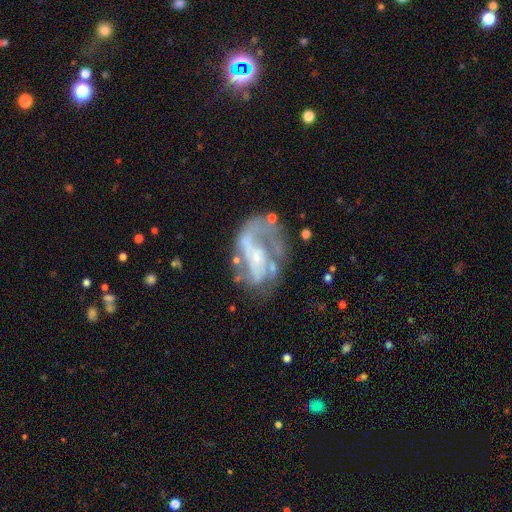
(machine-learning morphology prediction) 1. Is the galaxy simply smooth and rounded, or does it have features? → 75% featured or disk, 16% smooth, 9% star or artifact.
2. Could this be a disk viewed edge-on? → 97% no, 3% yes.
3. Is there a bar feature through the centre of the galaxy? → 56% no, 29% weak, 15% strong.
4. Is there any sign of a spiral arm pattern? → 65% yes, 35% no.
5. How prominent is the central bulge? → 62% small, 18% moderate, 16% none, 3% large, 1% dominant.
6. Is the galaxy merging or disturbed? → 40% none, 32% major disturbance, 21% minor disturbance, 7% merger.